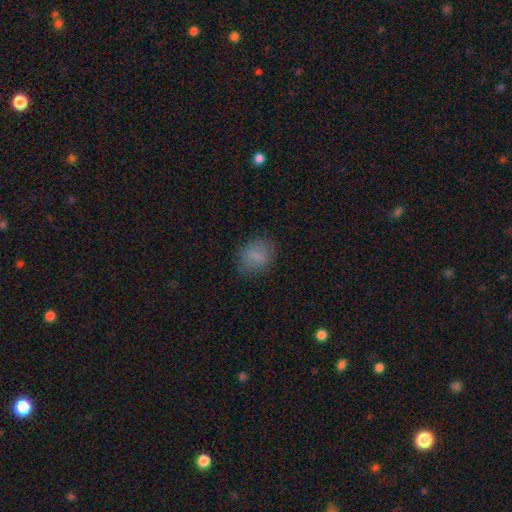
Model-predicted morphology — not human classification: type=smooth (83%); roundness=round (53%); merging=none (79%).